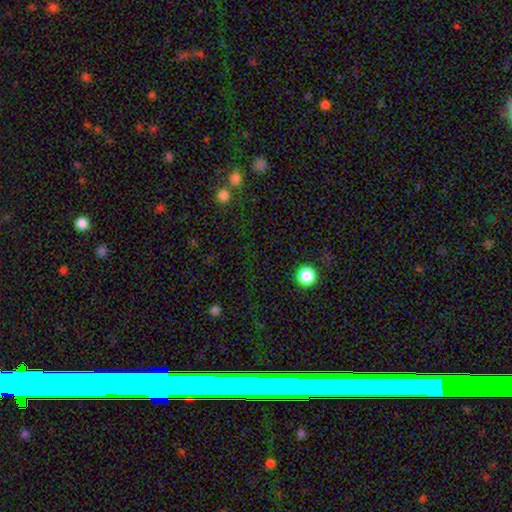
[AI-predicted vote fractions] A star or artifact, not a galaxy (55%).